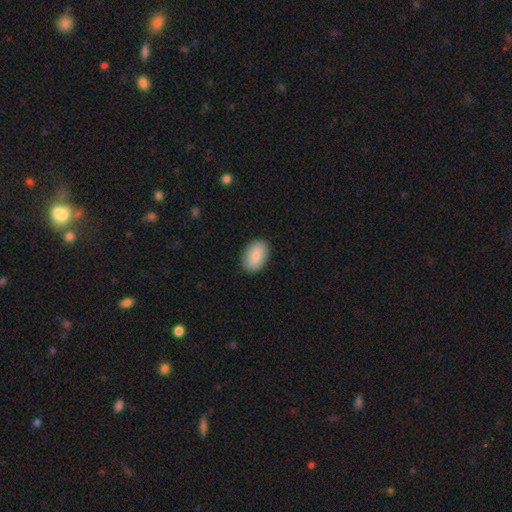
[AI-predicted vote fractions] Smooth or featured: smooth — 87% (featured or disk — 7%)
How rounded: in between — 92% (round — 7%)
Merging: none — 88% (minor disturbance — 9%)